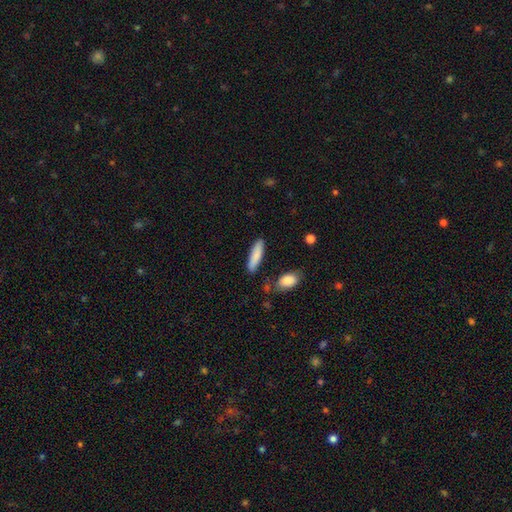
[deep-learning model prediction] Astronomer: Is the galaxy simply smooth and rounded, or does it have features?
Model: smooth — 85%.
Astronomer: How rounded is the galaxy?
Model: cigar-shaped — 70%.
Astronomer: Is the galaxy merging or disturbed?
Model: none — 84%.